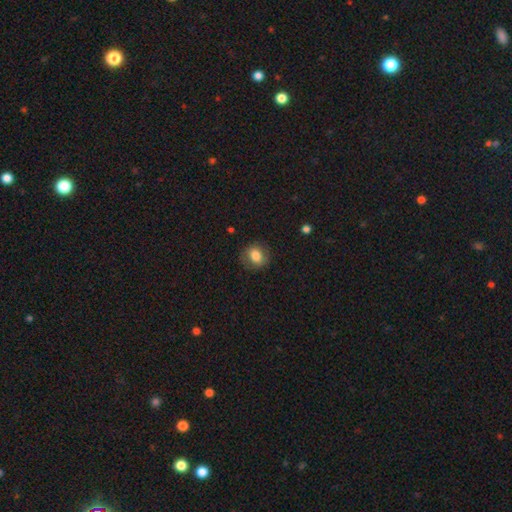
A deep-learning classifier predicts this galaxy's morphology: A smooth galaxy with no disk features (78%) that is round (66%).

Vote fractions:
- Smooth or featured? smooth: 78% / featured or disk: 13% / star or artifact: 9%
- How rounded? round: 66% / in between: 32% / cigar-shaped: 1%
- Merging? none: 81% / minor disturbance: 14% / major disturbance: 4% / merger: 1%